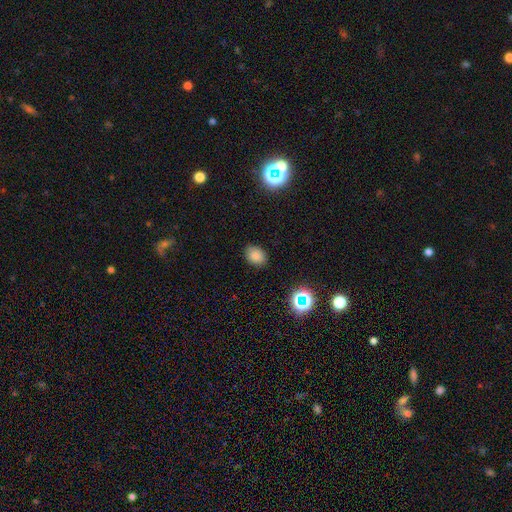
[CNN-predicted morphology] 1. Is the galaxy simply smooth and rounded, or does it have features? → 81% smooth, 14% star or artifact, 6% featured or disk.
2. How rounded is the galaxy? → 67% in between, 32% round, 1% cigar-shaped.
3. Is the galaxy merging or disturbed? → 86% none, 11% minor disturbance, 3% major disturbance, 1% merger.